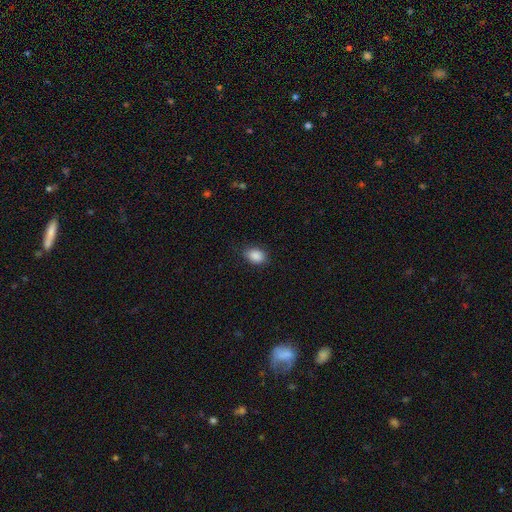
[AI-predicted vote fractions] Smooth or featured? Predicted: smooth (p=0.88). How rounded? Predicted: in between (p=0.76). Merging? Predicted: none (p=0.82).